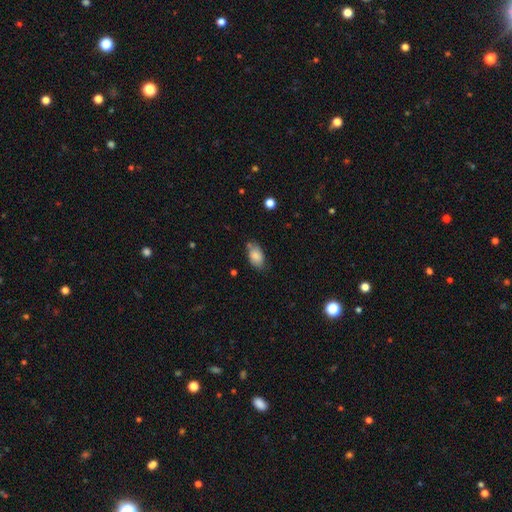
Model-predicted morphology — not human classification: type=smooth (84%); roundness=in between (91%); merging=none (69%).